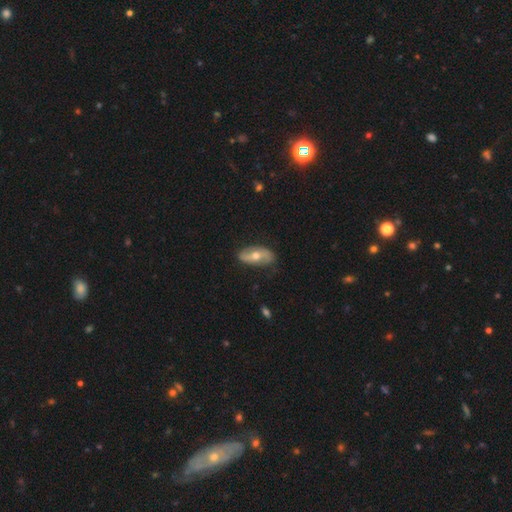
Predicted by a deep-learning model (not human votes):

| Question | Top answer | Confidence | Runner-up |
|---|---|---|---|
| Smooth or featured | featured or disk | 62% | smooth (32%) |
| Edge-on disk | no | 85% | yes (15%) |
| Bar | no | 56% | weak (27%) |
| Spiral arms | yes | 76% | no (24%) |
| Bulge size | moderate | 71% | small (23%) |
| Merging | none | 77% | minor disturbance (18%) |